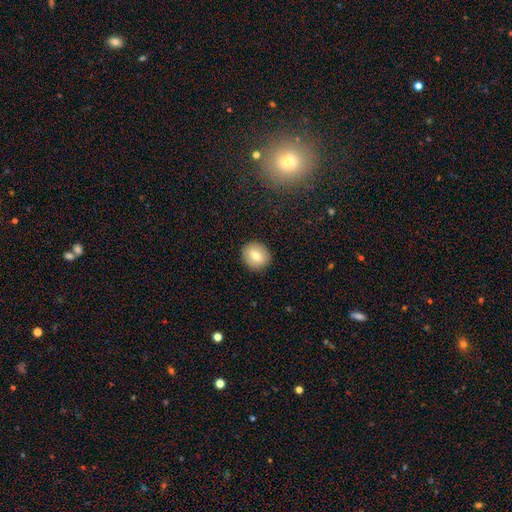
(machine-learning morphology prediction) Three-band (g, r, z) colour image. It shows a smooth galaxy with no disk features (75%) that is round (79%). Merging: none (90%).